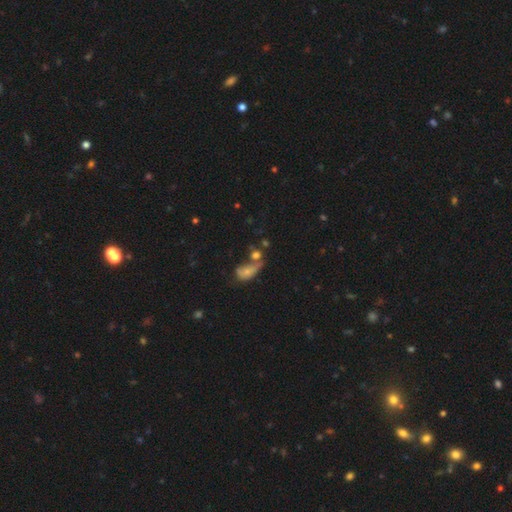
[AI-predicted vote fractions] The model was most divided on "smooth or featured": smooth: 42%, star or artifact: 33%, featured or disk: 25%. Remaining: merging — merger (44%).